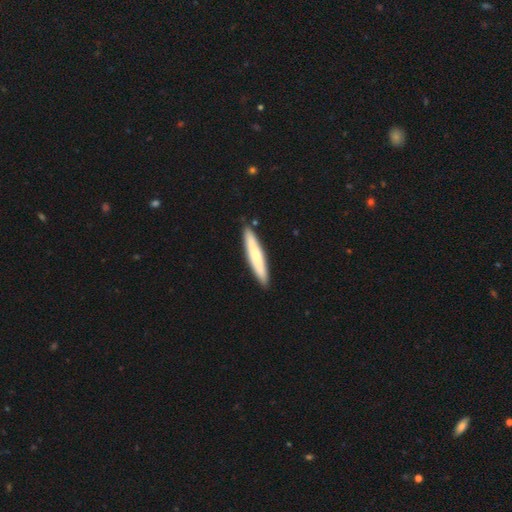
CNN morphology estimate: This appears to be a smooth galaxy with no disk features (64%) that is cigar-shaped (91%). Merging: none (89%).